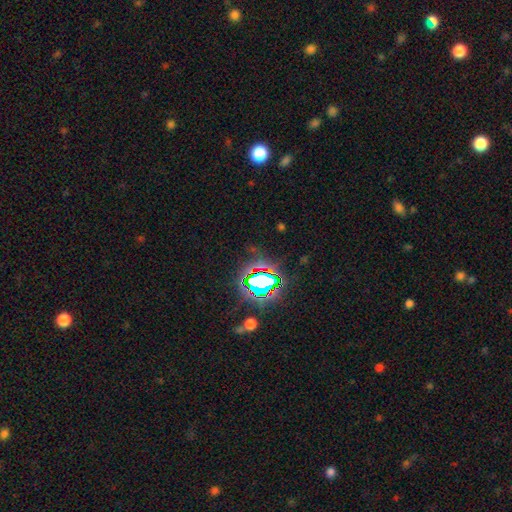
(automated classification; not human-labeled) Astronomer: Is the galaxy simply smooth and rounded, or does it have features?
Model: star or artifact — 77%.